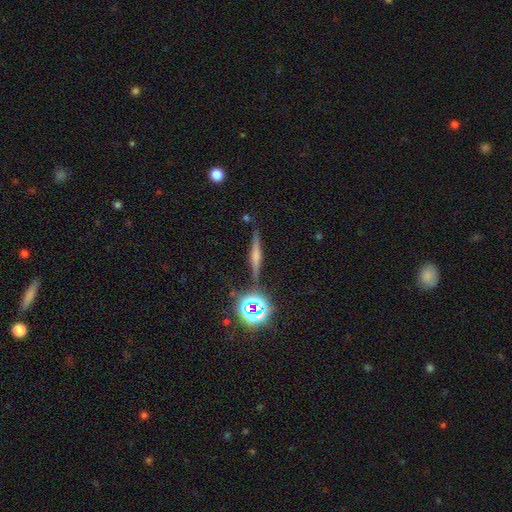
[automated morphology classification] This is possibly a featured or disk galaxy (54%). It is clearly viewed edge-on (90%). Merging: clearly none (82%).